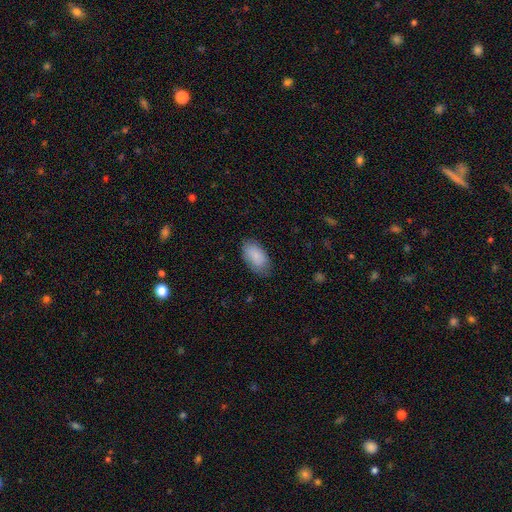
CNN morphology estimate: Smooth or featured: smooth — 86% (featured or disk — 7%)
How rounded: in between — 94% (round — 4%)
Merging: none — 76% (minor disturbance — 19%)